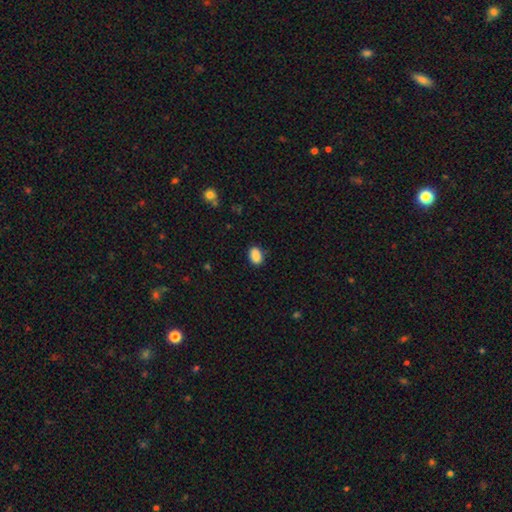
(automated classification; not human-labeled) Morphology: type=smooth (89%); roundness=in between (85%); merging=none (84%).